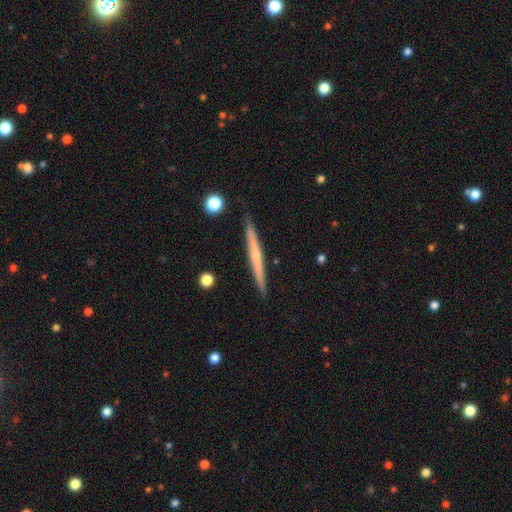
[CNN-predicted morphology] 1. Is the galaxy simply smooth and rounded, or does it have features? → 54% featured or disk, 40% smooth, 6% star or artifact.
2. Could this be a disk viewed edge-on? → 97% yes, 3% no.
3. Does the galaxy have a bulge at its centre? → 69% none, 26% rounded, 5% boxy.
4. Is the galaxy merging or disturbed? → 91% none, 7% minor disturbance, 1% merger, 1% major disturbance.